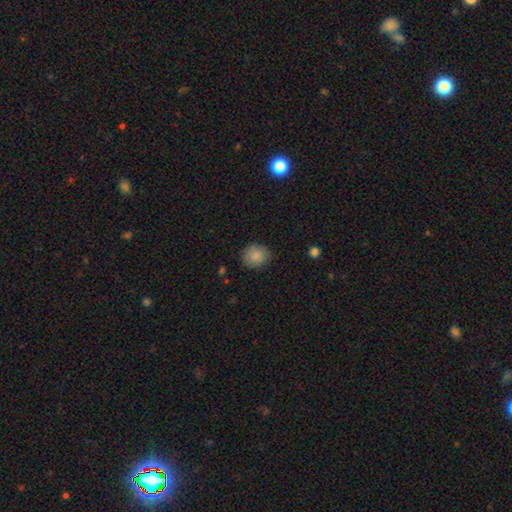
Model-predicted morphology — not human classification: The model was most divided on "how rounded": round: 81%, in between: 18%, cigar-shaped: 1%. More confident: smooth or featured — smooth (86%); merging — none (84%).